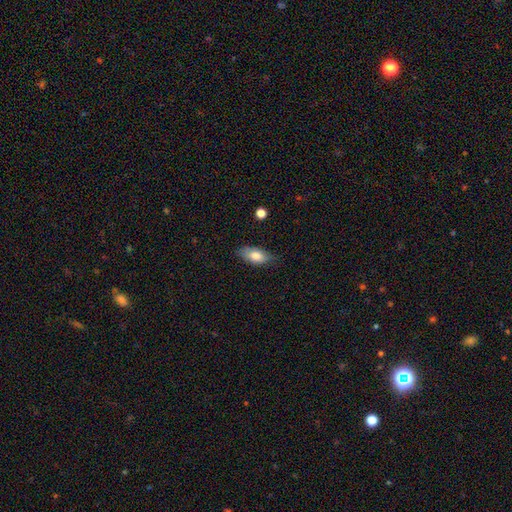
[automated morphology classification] Q: Smooth or featured?
A: smooth (78%); runner-up: featured or disk (15%)
Q: How rounded?
A: in between (88%); runner-up: cigar-shaped (7%)
Q: Merging?
A: none (66%); runner-up: minor disturbance (27%)